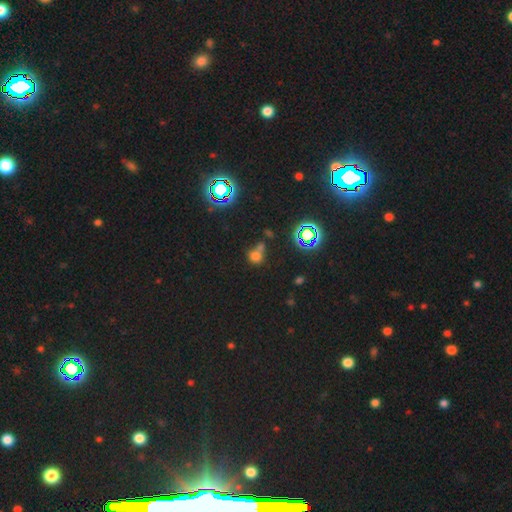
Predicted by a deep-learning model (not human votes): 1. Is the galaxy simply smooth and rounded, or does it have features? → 56% smooth, 34% star or artifact, 9% featured or disk.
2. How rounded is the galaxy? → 80% round, 19% in between, 2% cigar-shaped.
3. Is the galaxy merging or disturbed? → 47% none, 35% merger, 11% minor disturbance, 7% major disturbance.